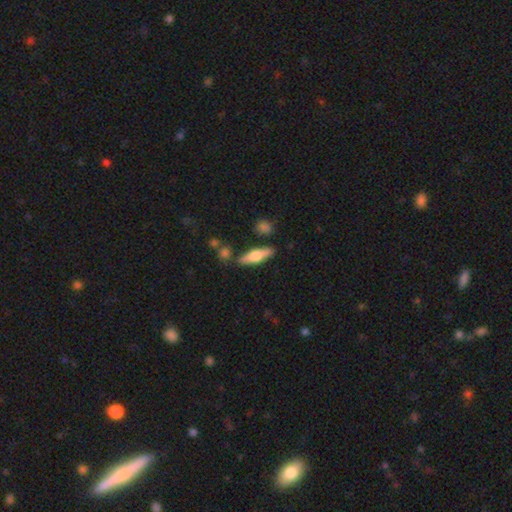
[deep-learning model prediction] smooth-or-featured: featured or disk: 49% | smooth: 44% | star or artifact: 6%
  merging: none: 81% | minor disturbance: 11% | merger: 5% | major disturbance: 3%